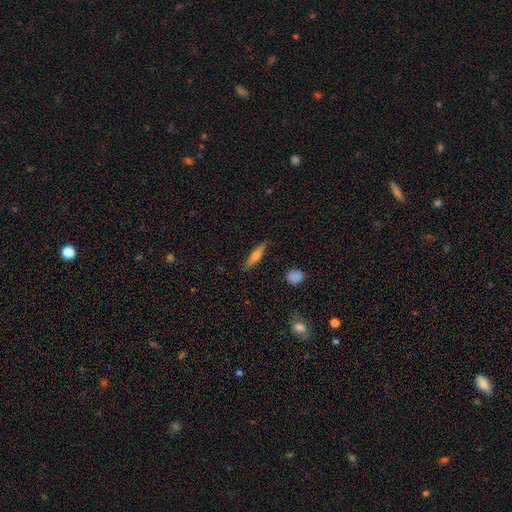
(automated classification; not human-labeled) The model was most divided on "smooth or featured": smooth: 54%, featured or disk: 39%, star or artifact: 7%. More confident: merging — none (87%); how rounded — cigar-shaped (84%).